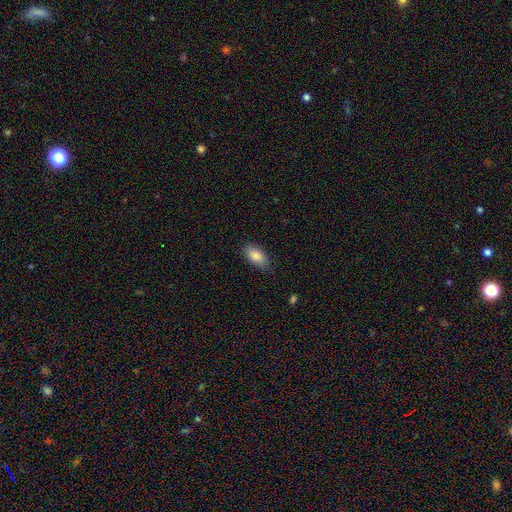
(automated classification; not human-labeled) Morphology: type=smooth (86%); roundness=in between (92%); merging=none (84%).